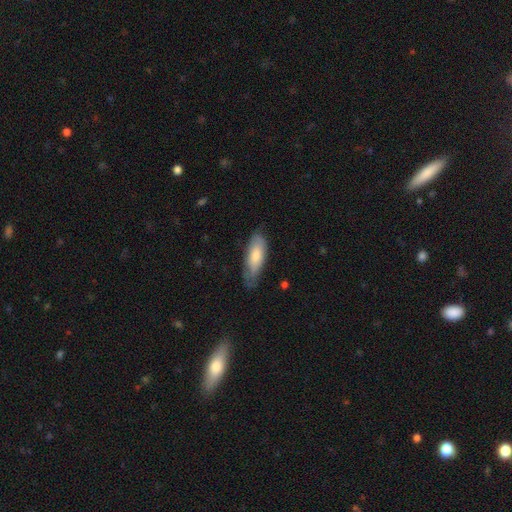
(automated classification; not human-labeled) smooth 72%, featured or disk 23%, star or artifact 5%. Down the decision tree: how rounded — in between (67%); merging — none (60%).